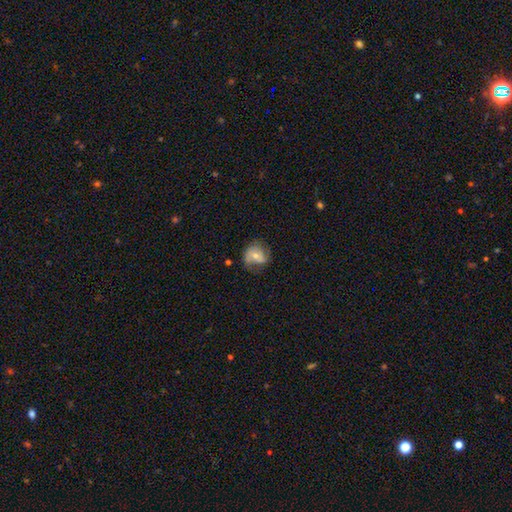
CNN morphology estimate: The model was most divided on "bulge size": moderate: 49%, small: 45%, large: 3%, none: 2%, dominant: 1%. More confident: edge-on disk — no (97%); spiral arms — yes (81%); bar — no (59%); merging — none (58%); smooth or featured — featured or disk (54%).